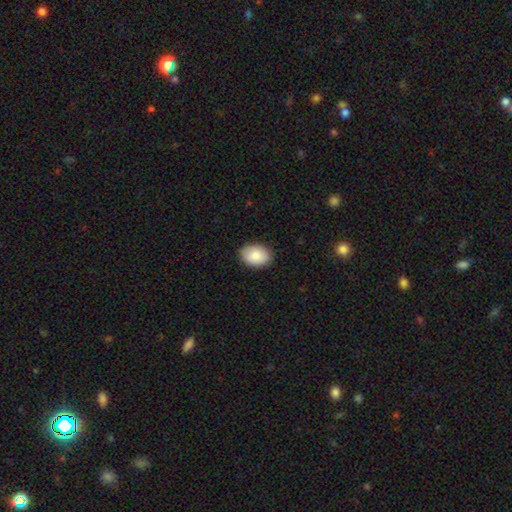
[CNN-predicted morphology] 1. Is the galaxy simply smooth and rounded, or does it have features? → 87% smooth, 7% featured or disk, 6% star or artifact.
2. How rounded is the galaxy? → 85% in between, 14% round, 1% cigar-shaped.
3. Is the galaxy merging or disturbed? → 88% none, 9% minor disturbance, 2% major disturbance, 1% merger.